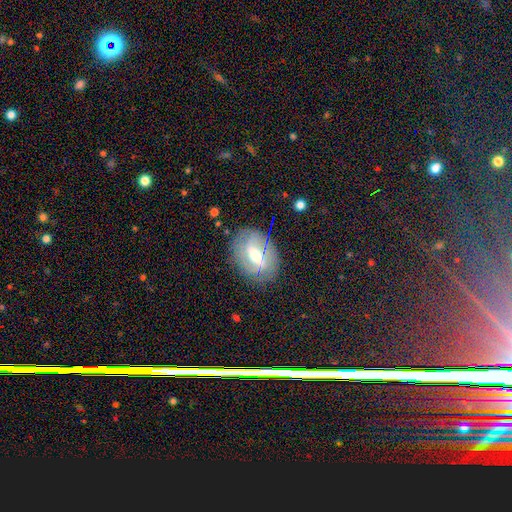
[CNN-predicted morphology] The model was most divided on "bar": weak: 43%, strong: 35%, no: 22%. More confident: edge-on disk — no (92%); merging — none (76%); smooth or featured — featured or disk (68%); spiral arms — yes (68%); bulge size — moderate (64%).